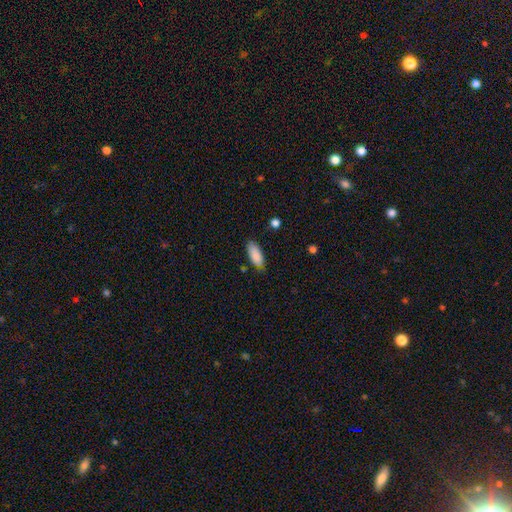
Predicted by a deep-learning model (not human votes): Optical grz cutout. It shows a smooth galaxy with no disk features (87%) that is in between round and cigar-shaped (82%). Merging: none (77%).